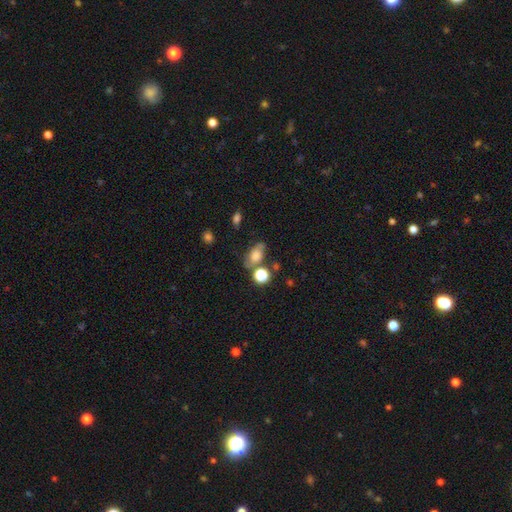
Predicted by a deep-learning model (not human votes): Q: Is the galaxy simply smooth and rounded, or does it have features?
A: smooth — 64%.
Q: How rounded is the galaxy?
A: in between — 74%.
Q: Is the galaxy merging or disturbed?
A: none — 50%.